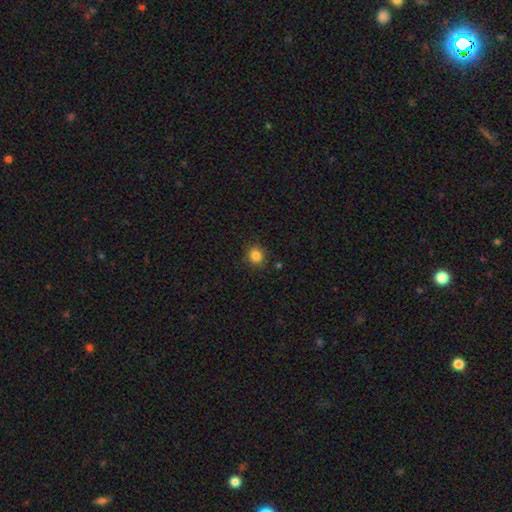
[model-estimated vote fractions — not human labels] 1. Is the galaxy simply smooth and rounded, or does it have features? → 84% smooth, 12% star or artifact, 4% featured or disk.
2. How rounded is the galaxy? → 85% round, 14% in between, 1% cigar-shaped.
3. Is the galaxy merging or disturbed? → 89% none, 8% minor disturbance, 2% major disturbance, 2% merger.